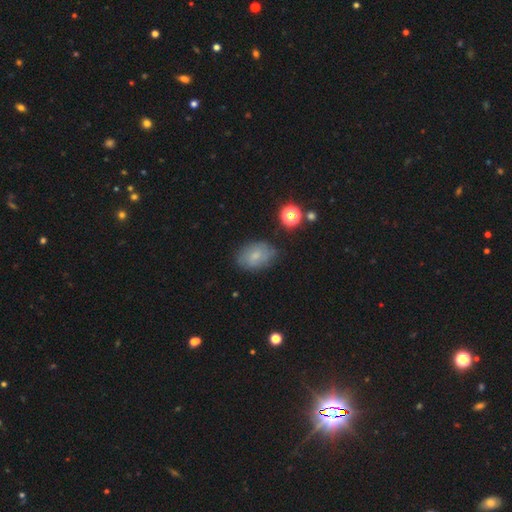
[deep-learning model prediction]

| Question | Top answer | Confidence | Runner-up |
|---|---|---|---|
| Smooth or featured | smooth | 67% | featured or disk (21%) |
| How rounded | in between | 81% | round (17%) |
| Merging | none | 76% | minor disturbance (18%) |